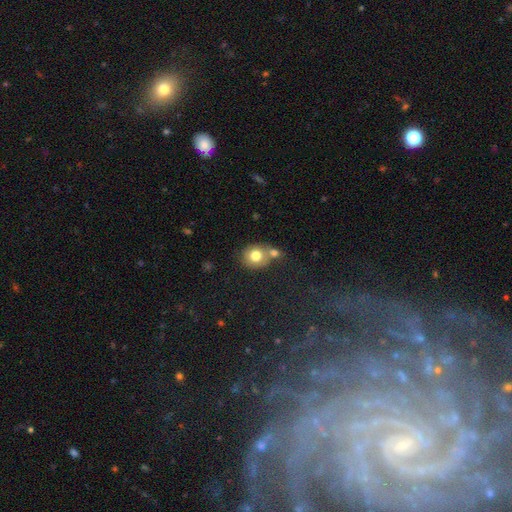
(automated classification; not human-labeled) smooth-or-featured: smooth: 77% | featured or disk: 13% | star or artifact: 10%
  how-rounded: round: 77% | in between: 22% | cigar-shaped: 1%
  merging: none: 48% | merger: 36% | minor disturbance: 12% | major disturbance: 4%